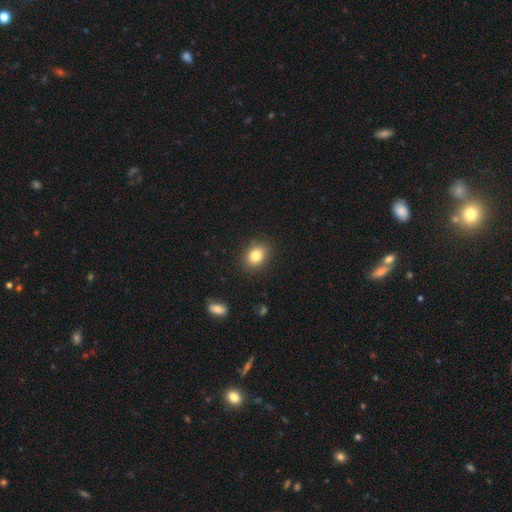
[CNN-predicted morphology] Smooth or featured?
  - smooth: 82% *
  - star or artifact: 10%
  - featured or disk: 8%
How rounded?
  - in between: 55% *
  - round: 44%
  - cigar-shaped: 1%
Merging?
  - none: 87% *
  - minor disturbance: 9%
  - major disturbance: 2%
  - merger: 1%